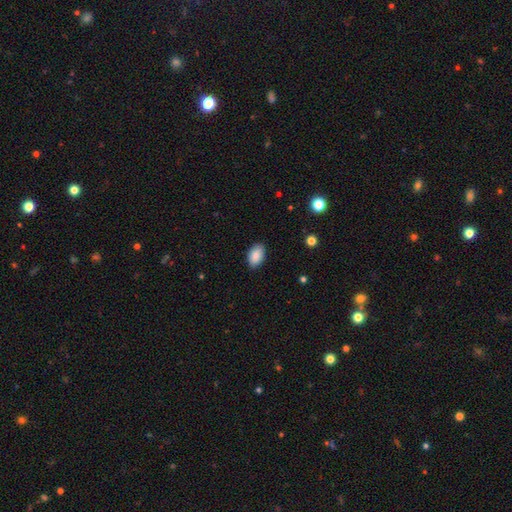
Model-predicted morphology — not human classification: Overall: smooth (89%). How rounded: in between (93%). Merging: none (85%).